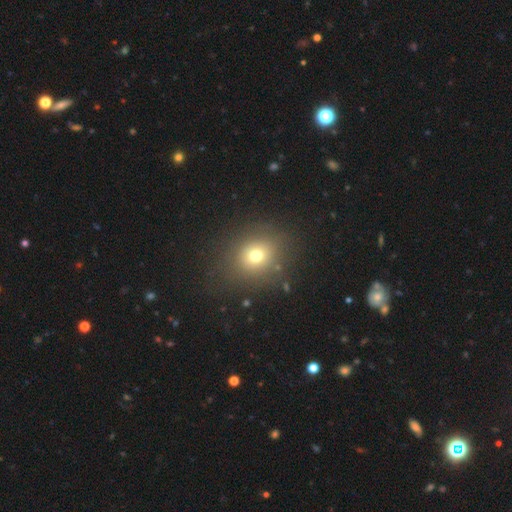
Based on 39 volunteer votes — Morphology: type=smooth (74%); roundness=round (76%); merging=none (86%).